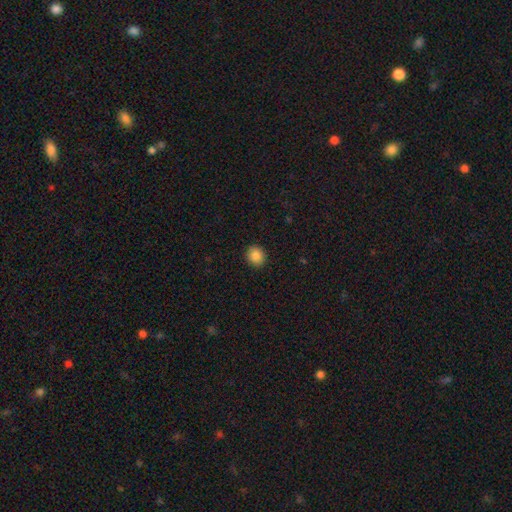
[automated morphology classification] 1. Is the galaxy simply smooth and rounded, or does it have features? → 86% smooth, 10% star or artifact, 5% featured or disk.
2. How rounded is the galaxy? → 82% round, 17% in between, 1% cigar-shaped.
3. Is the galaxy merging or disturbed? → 92% none, 6% minor disturbance, 2% major disturbance, 1% merger.